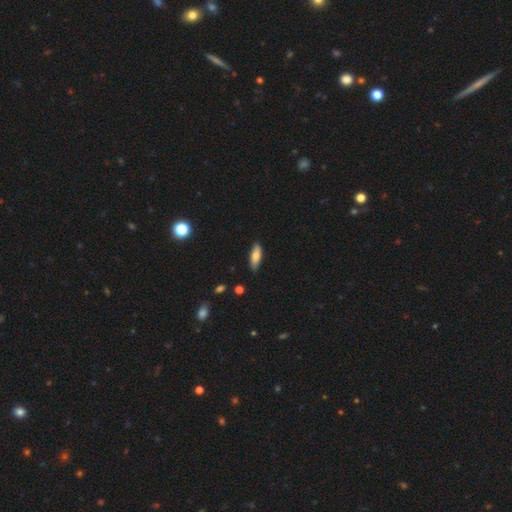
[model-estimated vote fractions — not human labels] Morphology: type=smooth (74%); roundness=in between (58%); merging=none (85%).